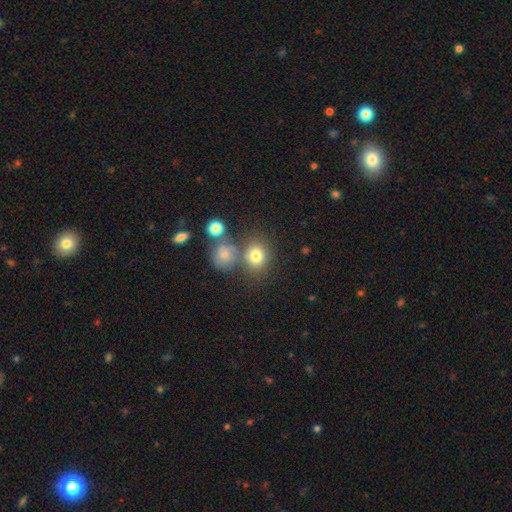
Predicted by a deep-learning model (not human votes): This appears to be a smooth galaxy with no disk features (76%) that is round (71%). Merging: none (59%).